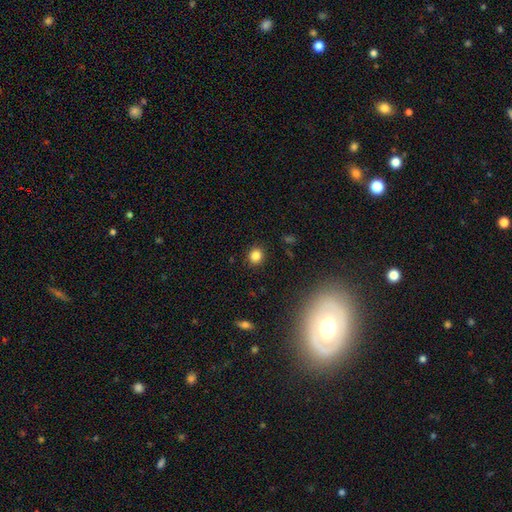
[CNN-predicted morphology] smooth 83%, star or artifact 12%, featured or disk 5%. Down the decision tree: how rounded — round (82%); merging — none (90%).